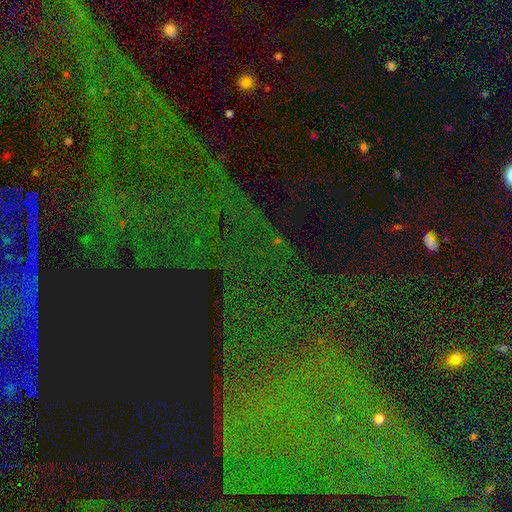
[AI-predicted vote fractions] smooth-or-featured: star or artifact: 77% | featured or disk: 13% | smooth: 10%